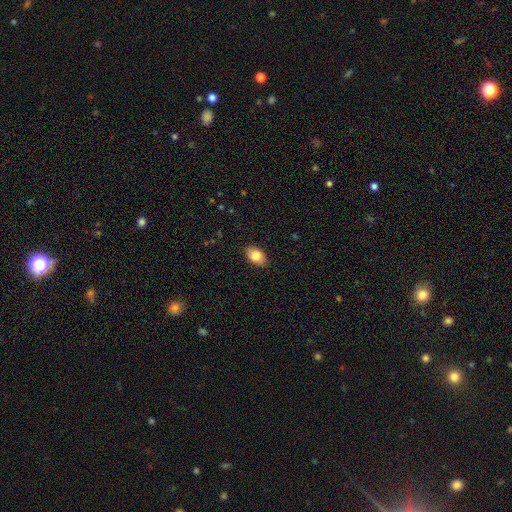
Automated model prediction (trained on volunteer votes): Overall: smooth (82%). How rounded: in between (88%). Merging: none (87%).